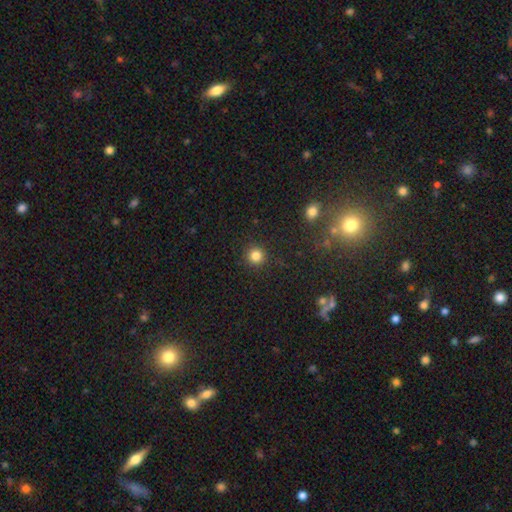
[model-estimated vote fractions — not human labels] Q: Smooth or featured?
A: smooth (83%); runner-up: star or artifact (13%)
Q: How rounded?
A: round (95%); runner-up: in between (4%)
Q: Merging?
A: none (92%); runner-up: minor disturbance (5%)